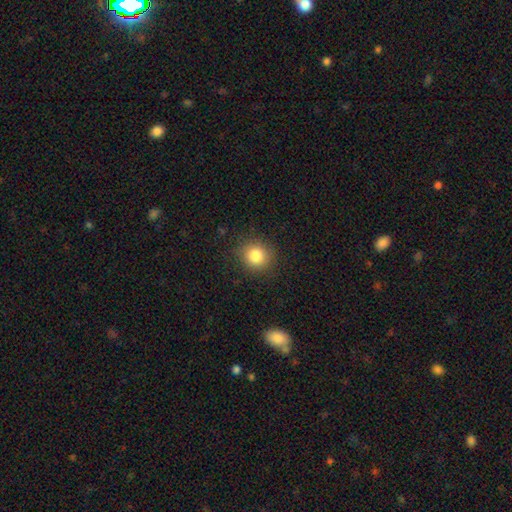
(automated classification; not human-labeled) smooth 83%, star or artifact 11%, featured or disk 6%. Down the decision tree: how rounded — round (87%); merging — none (87%).